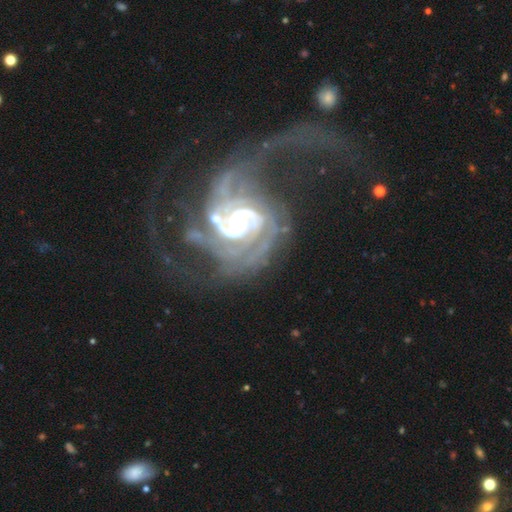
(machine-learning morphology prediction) Smooth or featured? featured or disk (89%)
Edge-on disk? no (98%)
Bar? weak (40%)
Spiral arms? yes (95%)
Spiral winding? medium (43%)
Spiral arm count? 2 (52%)
Bulge size? moderate (49%)
Merging? major disturbance (46%)